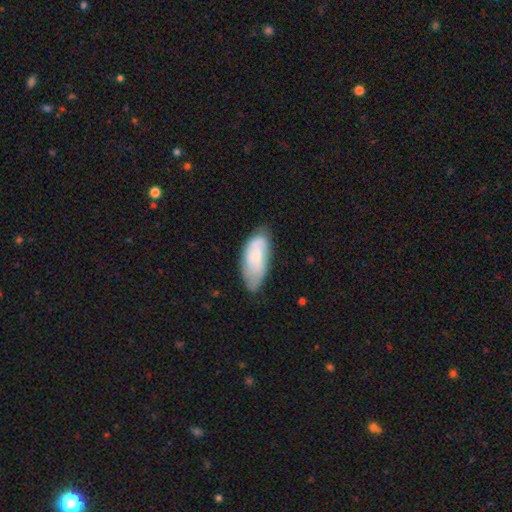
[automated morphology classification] Smooth or featured? Predicted: smooth (p=0.56). How rounded? Predicted: in between (p=0.87). Merging? Predicted: none (p=0.59).